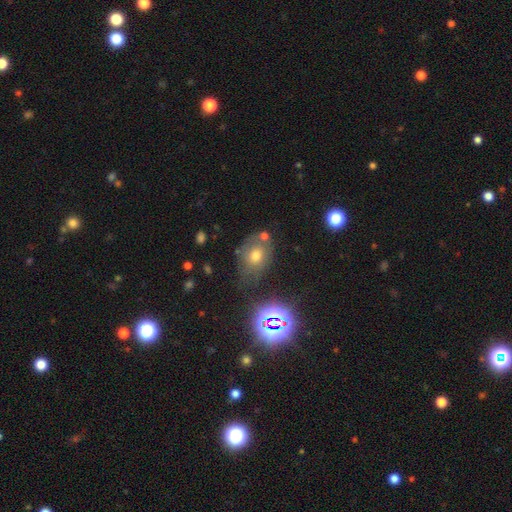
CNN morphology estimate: Smooth or featured? Predicted: smooth (p=0.58). How rounded? Predicted: in between (p=0.59). Merging? Predicted: none (p=0.55).